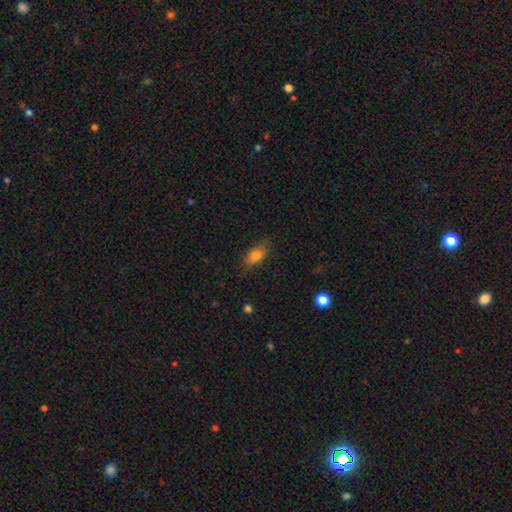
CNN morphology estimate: smooth-or-featured: smooth: 78% | featured or disk: 13% | star or artifact: 9%
  how-rounded: in between: 82% | cigar-shaped: 11% | round: 6%
  merging: none: 79% | minor disturbance: 16% | major disturbance: 4% | merger: 1%